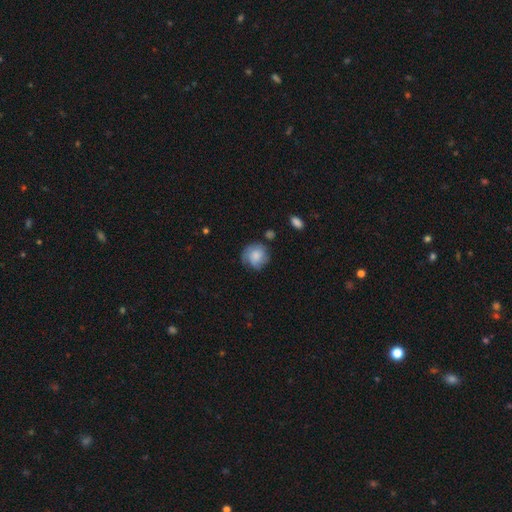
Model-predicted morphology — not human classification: Smooth or featured? Predicted: smooth (p=0.65). How rounded? Predicted: round (p=0.82). Merging? Predicted: none (p=0.63).